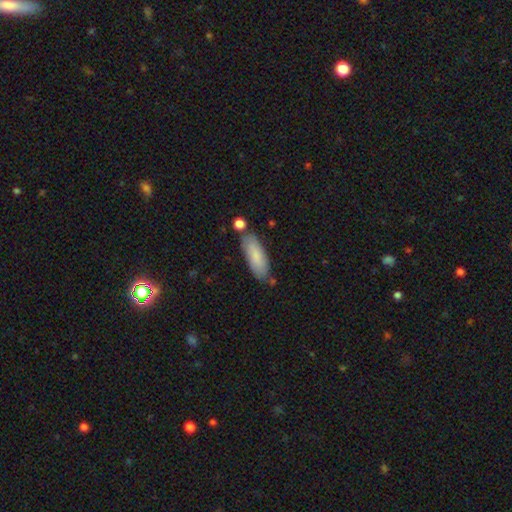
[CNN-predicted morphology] Smooth or featured? smooth (82%)
How rounded? in between (66%)
Merging? none (73%)